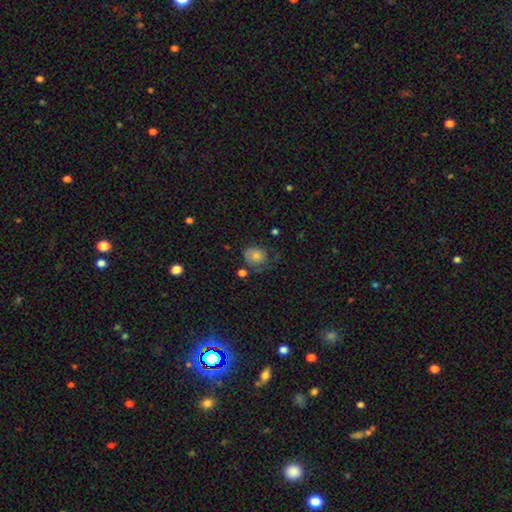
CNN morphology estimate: This is likely a smooth galaxy (62%). How rounded: likely round (69%). Merging: possibly none (54%).